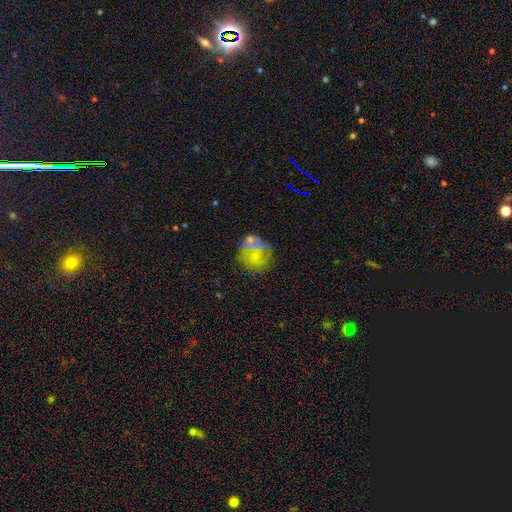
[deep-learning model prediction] Overall: smooth (48%; featured or disk 34%). Merging: none (58%).